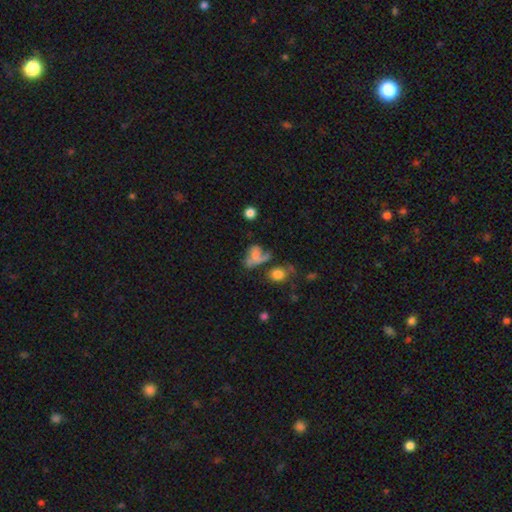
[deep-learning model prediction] A smooth galaxy with no disk features (52%) that is in between round and cigar-shaped (67%).

Vote fractions:
- Smooth or featured? smooth: 52% / featured or disk: 32% / star or artifact: 16%
- How rounded? in between: 67% / round: 29% / cigar-shaped: 4%
- Merging? major disturbance: 28% (tied) / merger: 28% (tied) / none: 27% / minor disturbance: 17%